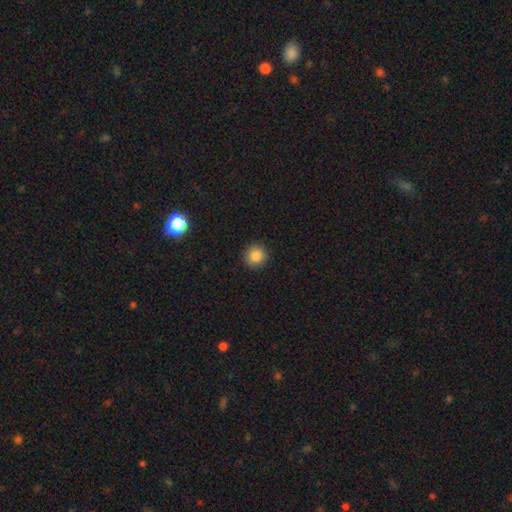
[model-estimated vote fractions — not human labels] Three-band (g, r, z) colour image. It shows a smooth galaxy with no disk features (86%) that is round (92%). Merging: none (91%).